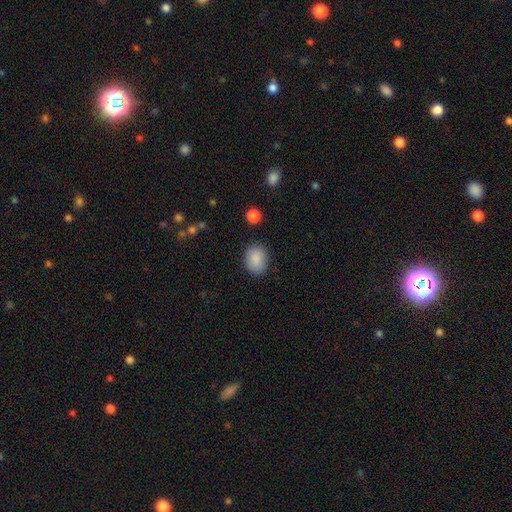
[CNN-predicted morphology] Smooth or featured? Predicted: smooth (p=0.88). How rounded? Predicted: in between (p=0.55). Merging? Predicted: none (p=0.85).